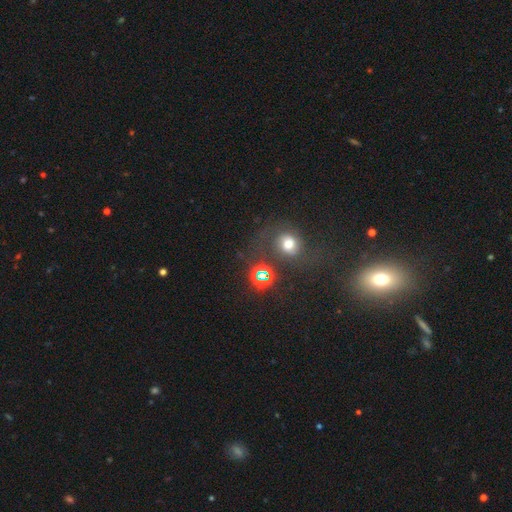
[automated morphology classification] smooth_or_featured: smooth (p=0.53) [alt: star or artifact p=0.32]
how_rounded: round (p=0.80) [alt: in between p=0.18]
merging: none (p=0.50) [alt: merger p=0.30]